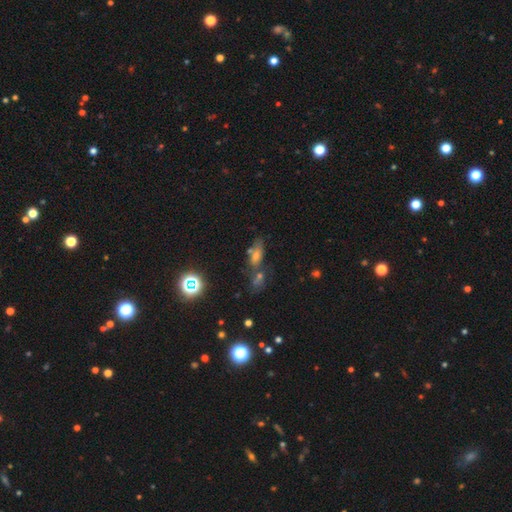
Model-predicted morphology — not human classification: Overall: smooth (39%; star or artifact 38%). Merging: none (46%; merger 30%).